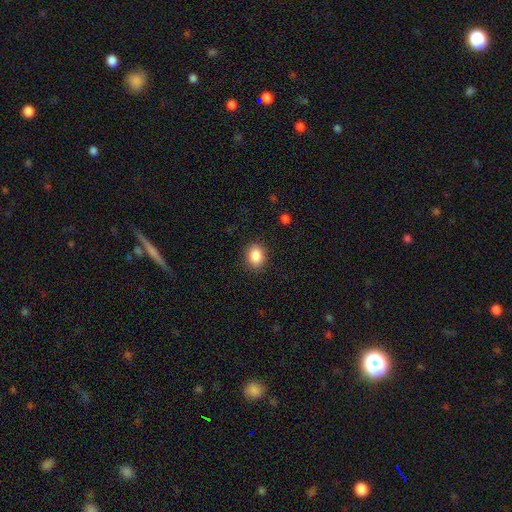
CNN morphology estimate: Q: Smooth or featured?
A: smooth (88%); runner-up: star or artifact (8%)
Q: How rounded?
A: in between (59%); runner-up: round (40%)
Q: Merging?
A: none (88%); runner-up: minor disturbance (8%)